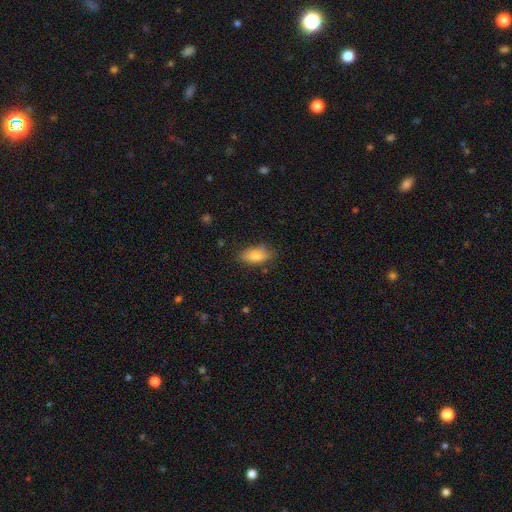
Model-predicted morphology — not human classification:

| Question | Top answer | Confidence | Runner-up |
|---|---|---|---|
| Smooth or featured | smooth | 76% | featured or disk (17%) |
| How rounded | in between | 86% | cigar-shaped (10%) |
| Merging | none | 77% | minor disturbance (18%) |